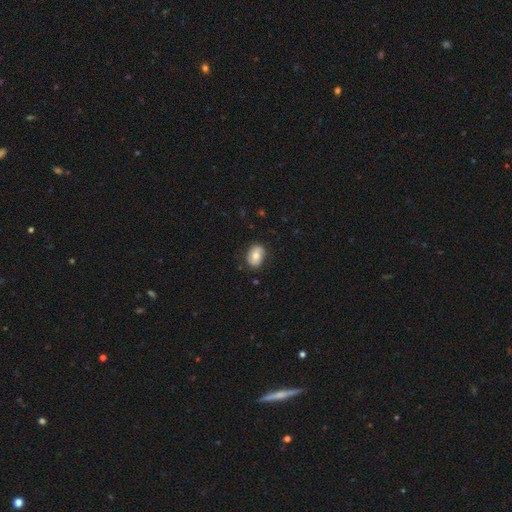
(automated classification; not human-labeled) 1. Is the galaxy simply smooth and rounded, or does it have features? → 66% smooth, 26% featured or disk, 7% star or artifact.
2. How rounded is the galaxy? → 76% in between, 23% round, 1% cigar-shaped.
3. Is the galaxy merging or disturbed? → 79% none, 16% minor disturbance, 4% major disturbance, 1% merger.